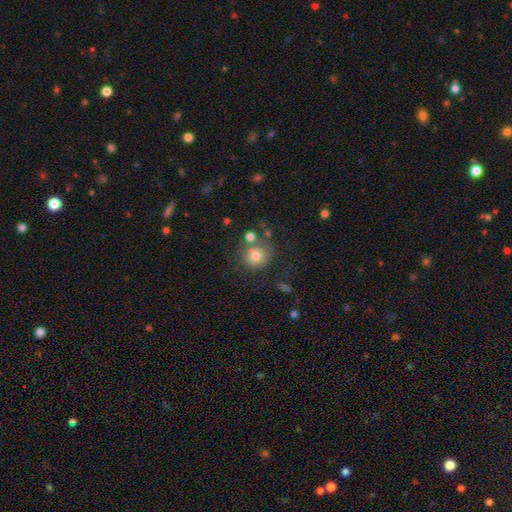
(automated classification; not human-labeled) smooth-or-featured: smooth: 75% | featured or disk: 13% | star or artifact: 13%
  how-rounded: round: 87% | in between: 12% | cigar-shaped: 1%
  merging: none: 63% | merger: 19% | minor disturbance: 13% | major disturbance: 5%